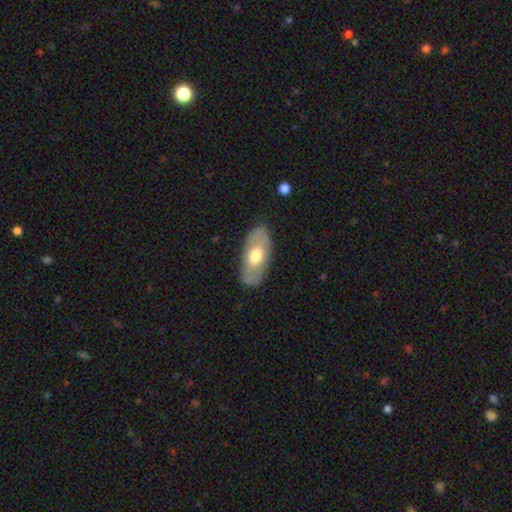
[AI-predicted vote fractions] Smooth or featured?
  - smooth: 51% *
  - featured or disk: 44%
  - star or artifact: 5%
How rounded?
  - in between: 90% *
  - cigar-shaped: 6%
  - round: 3%
Merging?
  - none: 81% *
  - minor disturbance: 14%
  - major disturbance: 4%
  - merger: 1%